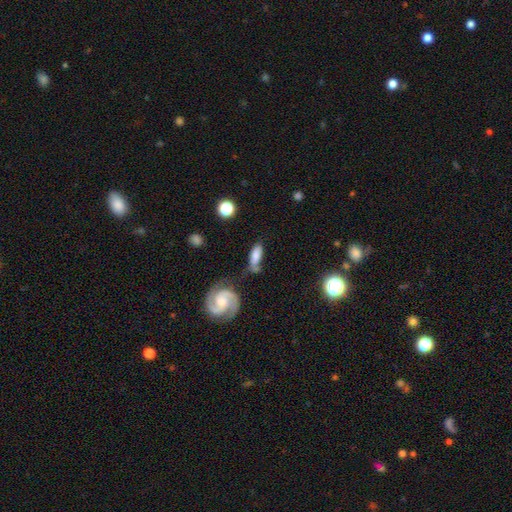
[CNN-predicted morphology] A smooth galaxy with no disk features (59%) that is in between round and cigar-shaped (59%).

Vote fractions:
- Smooth or featured? smooth: 59% / featured or disk: 32% / star or artifact: 8%
- How rounded? in between: 59% / cigar-shaped: 37% / round: 4%
- Merging? none: 47% / minor disturbance: 22% / merger: 19% / major disturbance: 12%